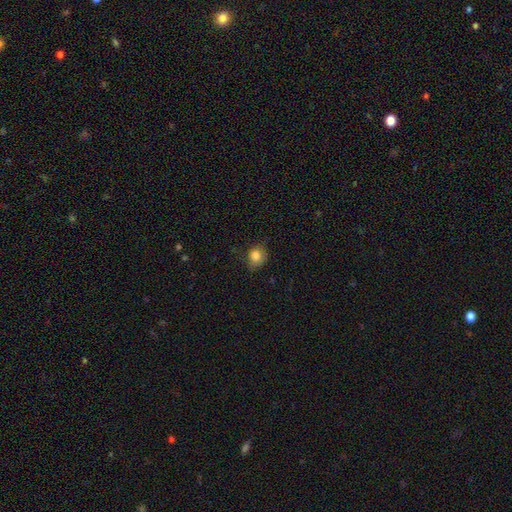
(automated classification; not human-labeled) This is clearly a smooth galaxy (83%). How rounded: likely round (63%). Merging: likely none (69%).